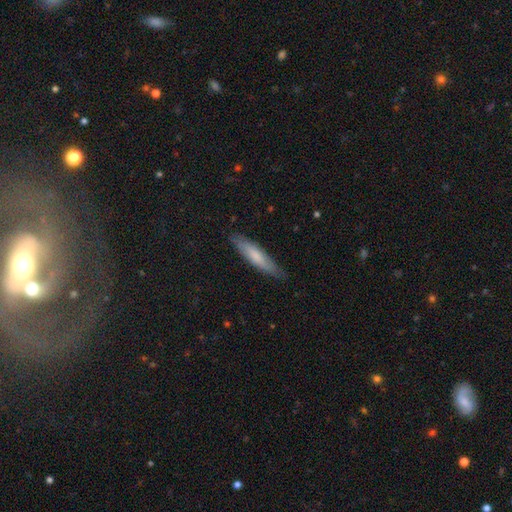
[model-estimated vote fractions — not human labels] smooth_or_featured: smooth (p=0.70) [alt: featured or disk p=0.25]
how_rounded: cigar-shaped (p=0.81) [alt: in between p=0.17]
merging: none (p=0.83) [alt: minor disturbance p=0.14]